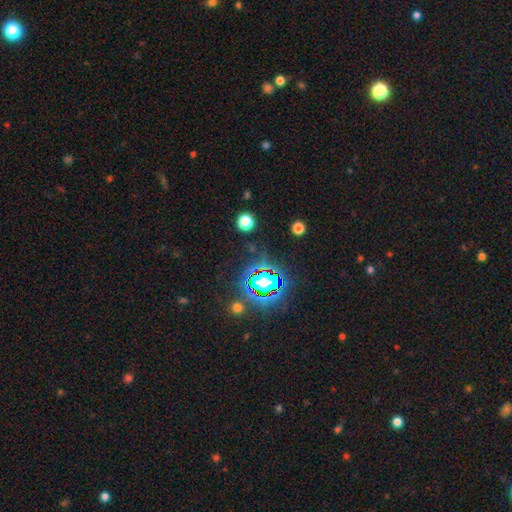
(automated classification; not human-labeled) Smooth or featured?
  - star or artifact: 82% *
  - smooth: 11%
  - featured or disk: 7%